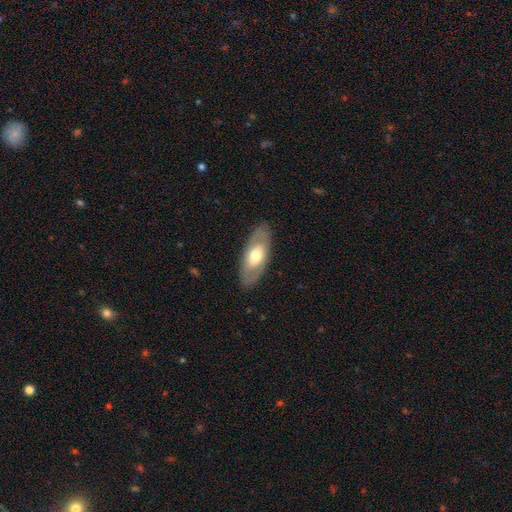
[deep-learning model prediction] smooth_or_featured: smooth (p=0.52) [alt: featured or disk p=0.42]
how_rounded: in between (p=0.86) [alt: cigar-shaped p=0.10]
merging: none (p=0.85) [alt: minor disturbance p=0.11]